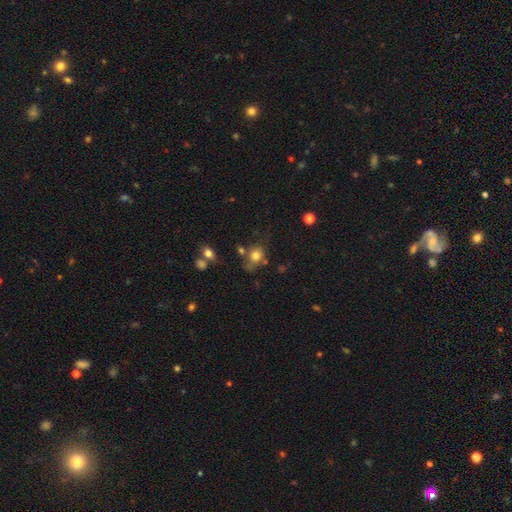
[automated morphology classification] This appears to be a smooth galaxy with no disk features (76%) that is round (64%). Merging: none (54%).